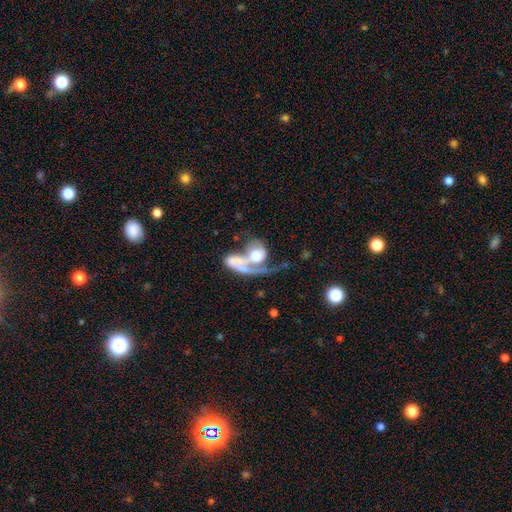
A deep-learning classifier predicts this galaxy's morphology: A featured or disk galaxy (63%) with no bar (75%), spiral arms (67%) and a moderate central bulge (41%).

Vote fractions:
- Smooth or featured? featured or disk: 63% / smooth: 30% / star or artifact: 7%
- Edge-on disk? no: 96% / yes: 4%
- Bar? no: 75% / weak: 18% / strong: 7%
- Spiral arms? yes: 67% / no: 33%
- Bulge size? moderate: 41% / large: 36% / small: 9% / none: 7% / dominant: 7%
- Merging? merger: 56% / major disturbance: 25% / none: 13% / minor disturbance: 7%